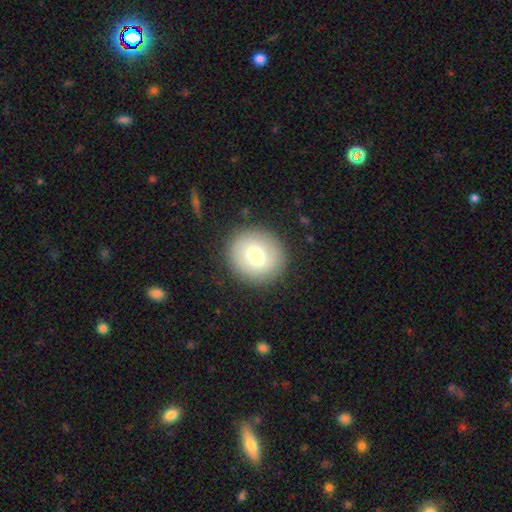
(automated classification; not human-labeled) Morphology: type=smooth (72%); roundness=round (87%); merging=none (87%).